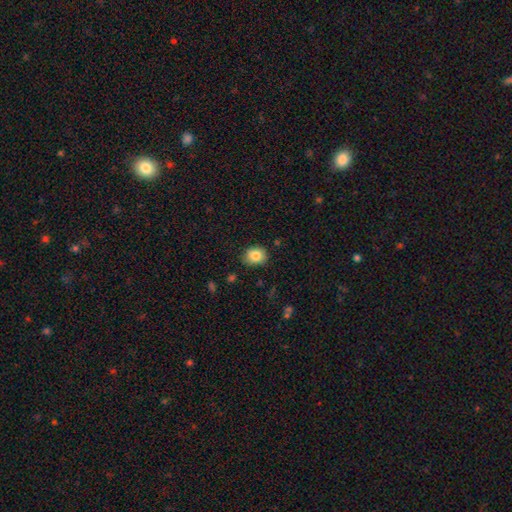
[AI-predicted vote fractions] A smooth galaxy with no disk features (84%) that is round (59%).

Vote fractions:
- Smooth or featured? smooth: 84% / star or artifact: 9% / featured or disk: 7%
- How rounded? round: 59% / in between: 40% / cigar-shaped: 1%
- Merging? none: 82% / minor disturbance: 14% / major disturbance: 3% / merger: 1%